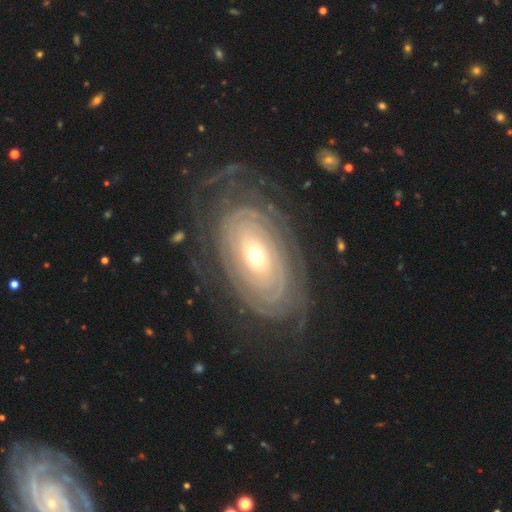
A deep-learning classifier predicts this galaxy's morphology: smooth_or_featured: featured or disk (p=0.87) [alt: smooth p=0.08]
disk_edge_on: no (p=0.94) [alt: yes p=0.06]
bar: no (p=0.70) [alt: weak p=0.19]
has_spiral_arms: yes (p=0.93) [alt: no p=0.07]
spiral_winding: tight (p=0.85) [alt: medium p=0.11]
spiral_arm_count: can't tell (p=0.40) [alt: more than 4 p=0.17]
bulge_size: moderate (p=0.56) [alt: small p=0.37]
merging: none (p=0.75) [alt: minor disturbance p=0.14]